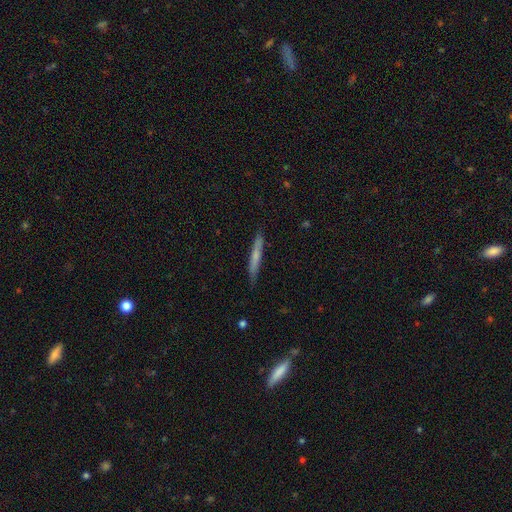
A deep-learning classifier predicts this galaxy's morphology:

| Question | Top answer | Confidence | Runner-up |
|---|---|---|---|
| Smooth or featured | smooth | 58% | featured or disk (36%) |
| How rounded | cigar-shaped | 96% | in between (3%) |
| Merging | none | 86% | minor disturbance (11%) |